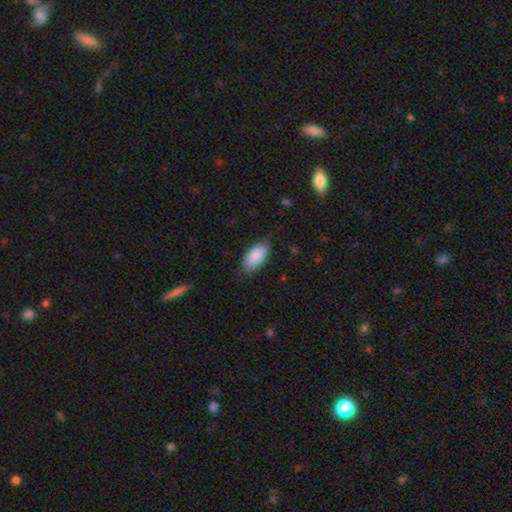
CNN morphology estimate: This appears to be a smooth galaxy with no disk features (88%) that is in between round and cigar-shaped (93%). Merging: none (79%).